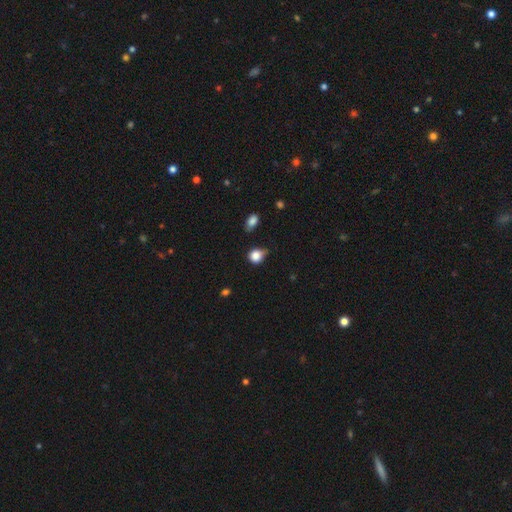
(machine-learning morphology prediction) type=smooth (85%); roundness=round (81%); merging=none (53%).